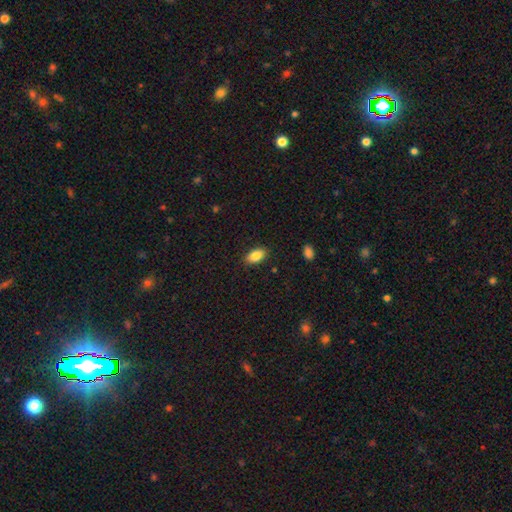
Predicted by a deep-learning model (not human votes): smooth 86%, star or artifact 8%, featured or disk 6%. Down the decision tree: how rounded — in between (92%); merging — none (87%).